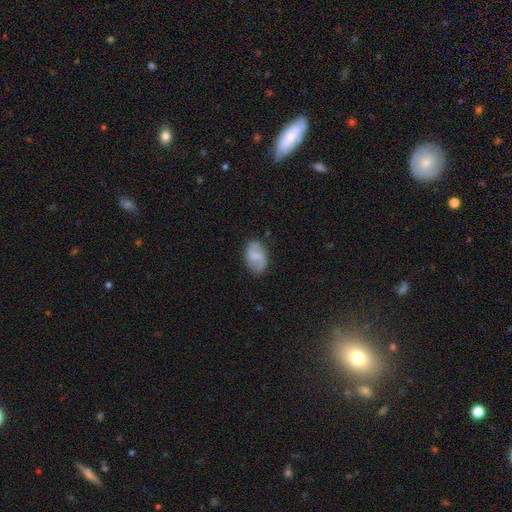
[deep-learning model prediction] Overall: featured or disk (55%; smooth 38%). Edge-on disk: no (97%). Bar: weak (52%; no 29%). Spiral arms: yes (86%). Bulge size: none (43%; small 34%). Merging: none (78%).